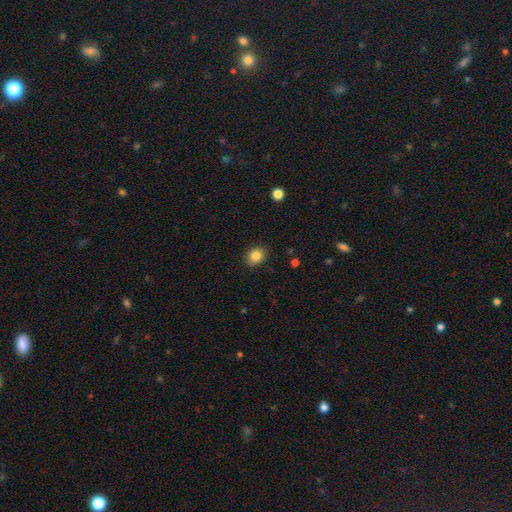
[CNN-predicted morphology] This appears to be a smooth galaxy with no disk features (84%) that is in between round and cigar-shaped (52%). Merging: none (87%).